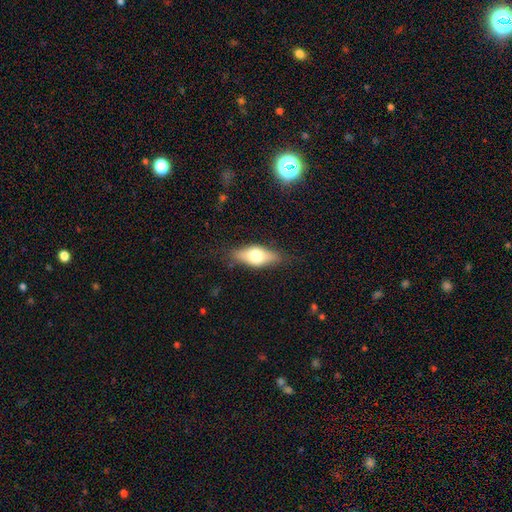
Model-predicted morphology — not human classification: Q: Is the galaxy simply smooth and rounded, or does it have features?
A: smooth — 57%.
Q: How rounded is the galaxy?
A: in between — 75%.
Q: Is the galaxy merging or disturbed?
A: none — 79%.